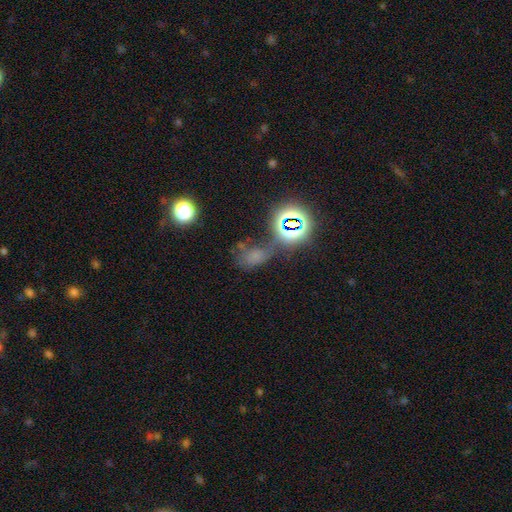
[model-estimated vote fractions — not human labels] A smooth galaxy with no disk features (46%).

Vote fractions:
- Smooth or featured? smooth: 46% / star or artifact: 40% / featured or disk: 14%
- Merging? none: 40% / merger: 20% / minor disturbance: 20% / major disturbance: 19%